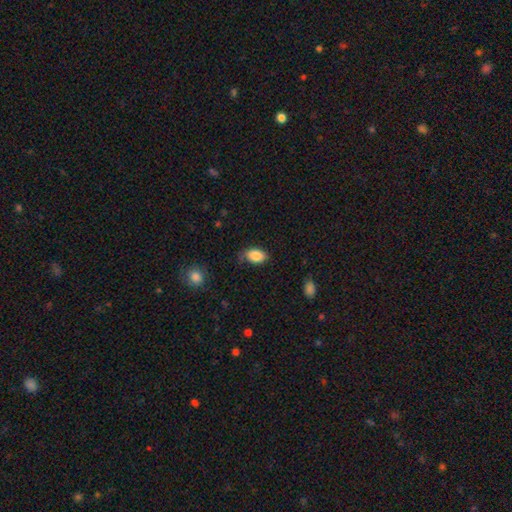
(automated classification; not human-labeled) smooth 86%, star or artifact 8%, featured or disk 7%. Down the decision tree: how rounded — in between (90%); merging — none (67%).